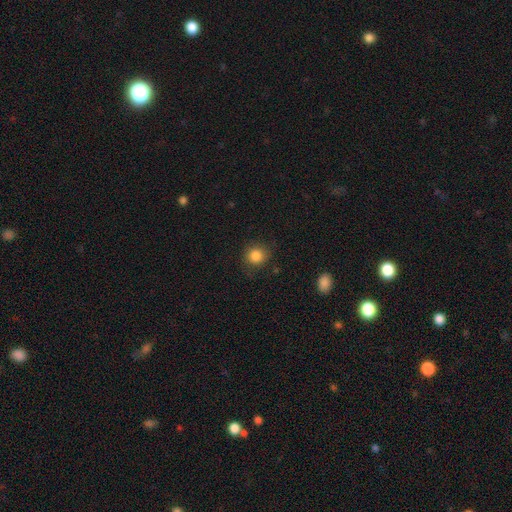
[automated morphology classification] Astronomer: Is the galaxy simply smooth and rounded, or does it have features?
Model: smooth — 85%.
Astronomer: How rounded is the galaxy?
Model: round — 87%.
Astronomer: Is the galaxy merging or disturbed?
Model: none — 82%.